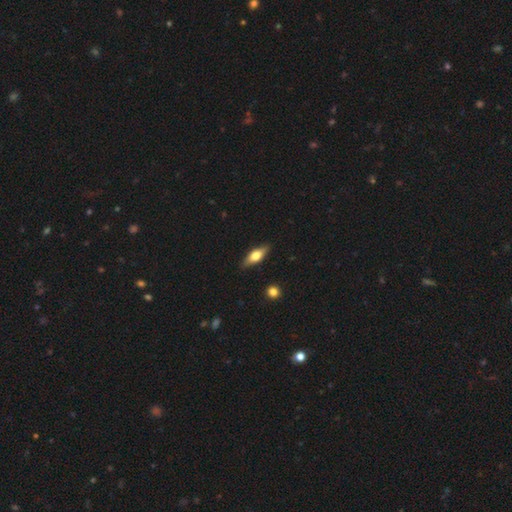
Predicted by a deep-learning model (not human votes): This is possibly a smooth galaxy (55%). How rounded: possibly in between (60%). Merging: clearly none (85%).